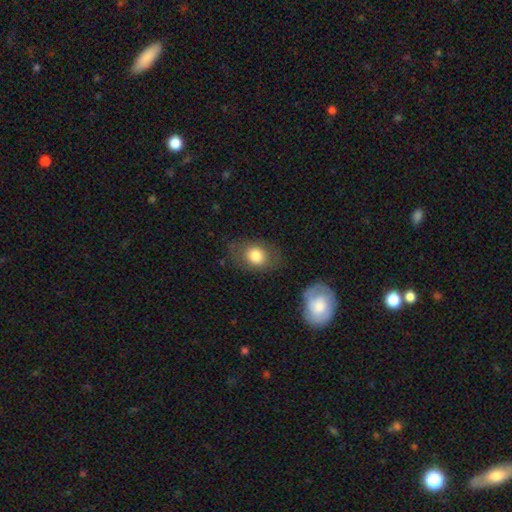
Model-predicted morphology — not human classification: A smooth galaxy with no disk features (78%) that is in between round and cigar-shaped (57%).

Vote fractions:
- Smooth or featured? smooth: 78% / featured or disk: 15% / star or artifact: 7%
- How rounded? in between: 57% / round: 41% / cigar-shaped: 1%
- Merging? none: 71% / minor disturbance: 17% / major disturbance: 8% / merger: 3%